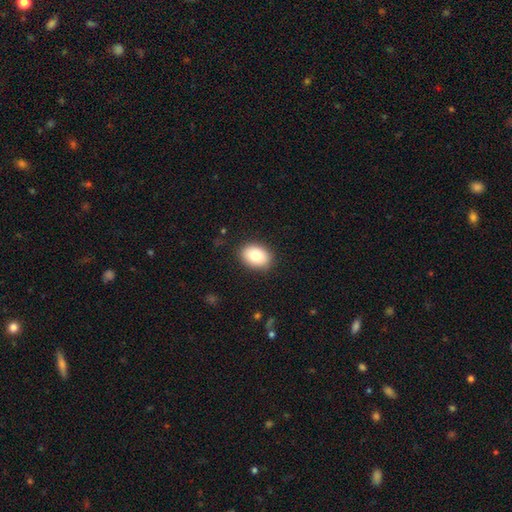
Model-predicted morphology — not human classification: This appears to be a smooth galaxy with no disk features (82%) that is in between round and cigar-shaped (78%). Merging: none (88%).